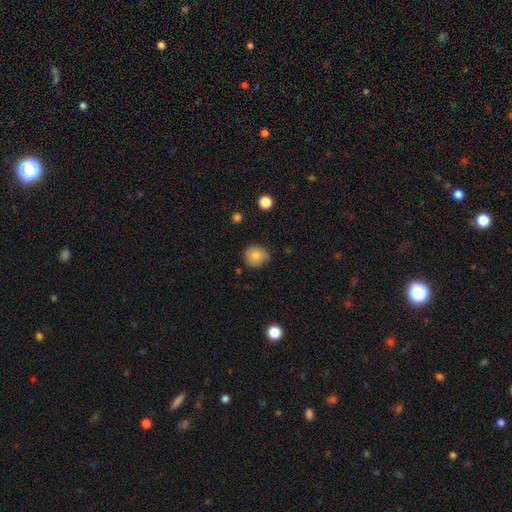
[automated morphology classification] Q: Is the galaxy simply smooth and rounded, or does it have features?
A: smooth — 82%.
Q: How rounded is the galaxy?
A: round — 84%.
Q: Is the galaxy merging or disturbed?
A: none — 78%.